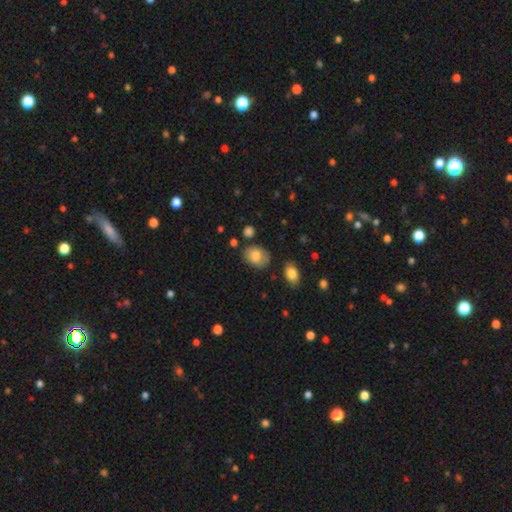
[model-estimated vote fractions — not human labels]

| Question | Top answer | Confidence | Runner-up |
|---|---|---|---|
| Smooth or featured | smooth | 79% | featured or disk (13%) |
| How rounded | in between | 65% | round (34%) |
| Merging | none | 71% | minor disturbance (21%) |